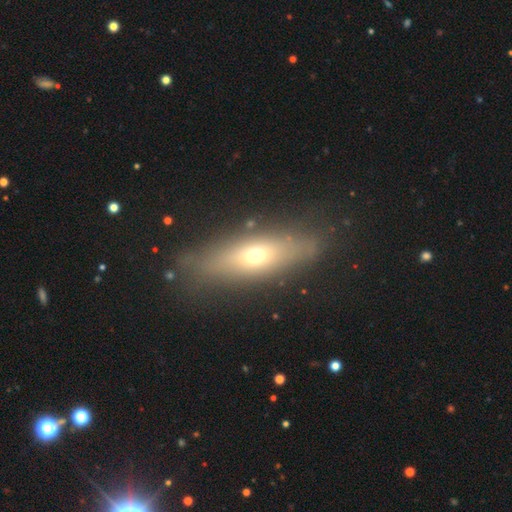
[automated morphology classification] Smooth or featured? Predicted: smooth (p=0.52). How rounded? Predicted: cigar-shaped (p=0.50). Merging? Predicted: none (p=0.77).